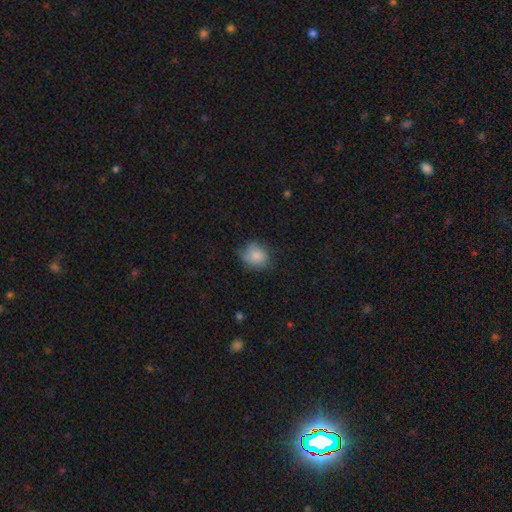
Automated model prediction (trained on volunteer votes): A smooth galaxy with no disk features (80%) that is round (67%).

Vote fractions:
- Smooth or featured? smooth: 80% / featured or disk: 11% / star or artifact: 8%
- How rounded? round: 67% / in between: 32% / cigar-shaped: 1%
- Merging? none: 60% / minor disturbance: 29% / major disturbance: 9% / merger: 1%